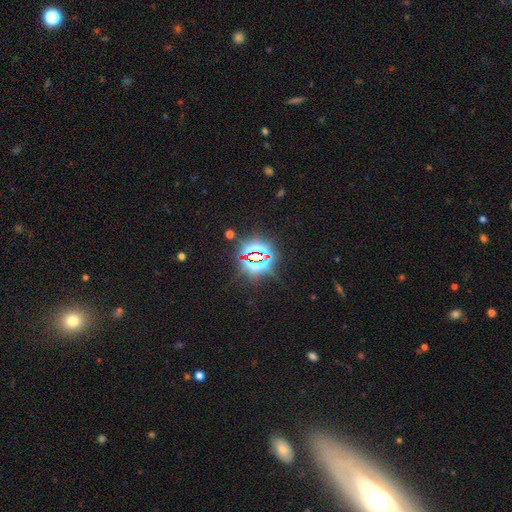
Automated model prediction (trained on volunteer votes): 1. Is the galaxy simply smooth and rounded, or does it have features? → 80% star or artifact, 12% smooth, 8% featured or disk.